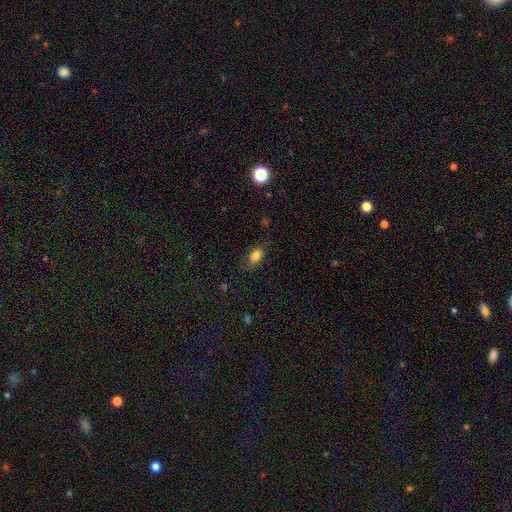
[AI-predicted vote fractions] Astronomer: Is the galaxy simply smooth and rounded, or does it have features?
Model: smooth — 82%.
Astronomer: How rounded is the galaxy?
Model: in between — 82%.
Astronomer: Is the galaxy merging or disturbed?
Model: none — 78%.